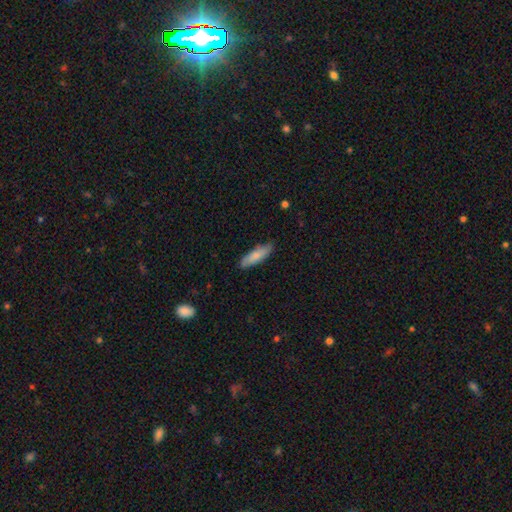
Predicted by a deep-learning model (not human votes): smooth-or-featured: smooth: 80% | featured or disk: 15% | star or artifact: 5%
  how-rounded: cigar-shaped: 58% | in between: 40% | round: 2%
  merging: none: 84% | minor disturbance: 13% | major disturbance: 2% | merger: 1%